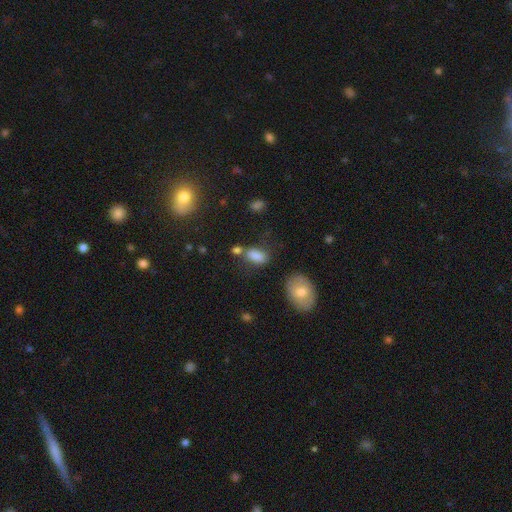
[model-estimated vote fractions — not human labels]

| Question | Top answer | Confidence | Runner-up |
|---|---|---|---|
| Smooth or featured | smooth | 83% | star or artifact (10%) |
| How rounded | in between | 89% | round (7%) |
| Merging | none | 55% | minor disturbance (19%) |